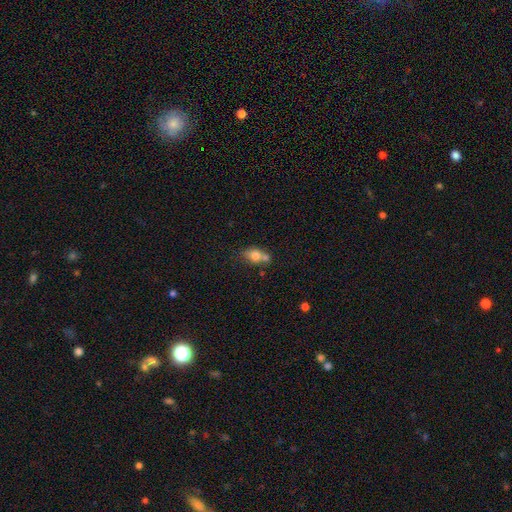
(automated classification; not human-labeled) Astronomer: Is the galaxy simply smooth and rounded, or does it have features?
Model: smooth — 74%.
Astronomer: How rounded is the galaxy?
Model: in between — 62%.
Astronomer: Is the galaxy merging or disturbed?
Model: merger — 42% (runner-up: none, 39%).